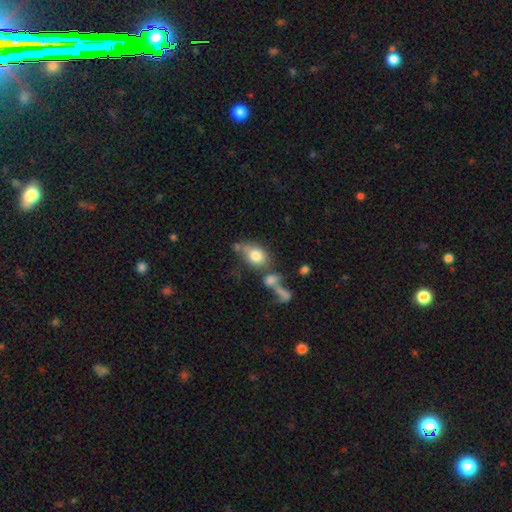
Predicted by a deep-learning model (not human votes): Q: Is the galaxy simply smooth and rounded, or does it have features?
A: smooth — 76%.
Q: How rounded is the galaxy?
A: in between — 69%.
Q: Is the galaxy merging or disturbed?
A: none — 38%.